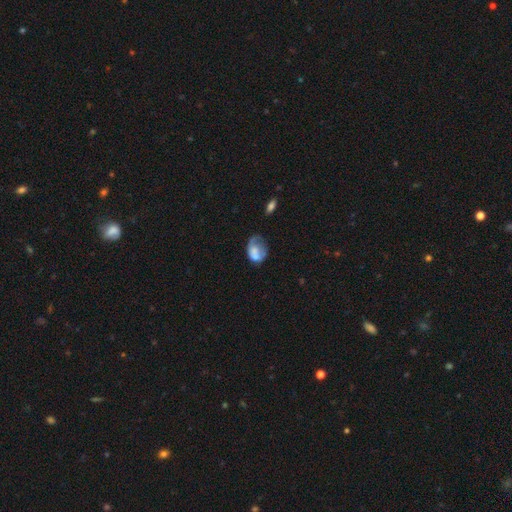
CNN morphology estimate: A smooth galaxy with no disk features (58%) that is in between round and cigar-shaped (72%).

Vote fractions:
- Smooth or featured? smooth: 58% / featured or disk: 33% / star or artifact: 9%
- How rounded? in between: 72% / round: 27% / cigar-shaped: 1%
- Merging? major disturbance: 38% / minor disturbance: 28% / none: 24% / merger: 10%